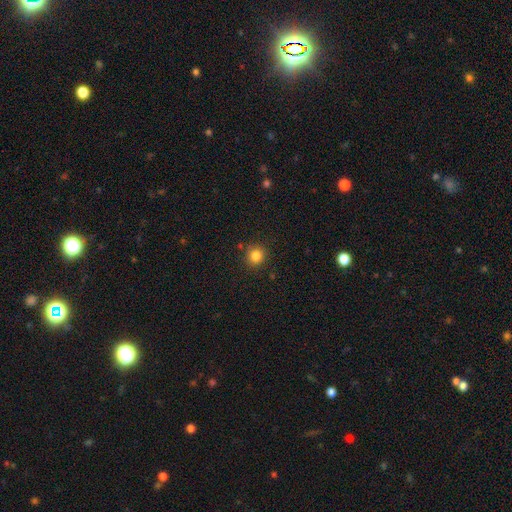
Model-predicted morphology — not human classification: Smooth or featured?
  - smooth: 84% *
  - star or artifact: 11%
  - featured or disk: 4%
How rounded?
  - round: 89% *
  - in between: 10%
  - cigar-shaped: 1%
Merging?
  - none: 87% *
  - minor disturbance: 8%
  - major disturbance: 2%
  - merger: 2%